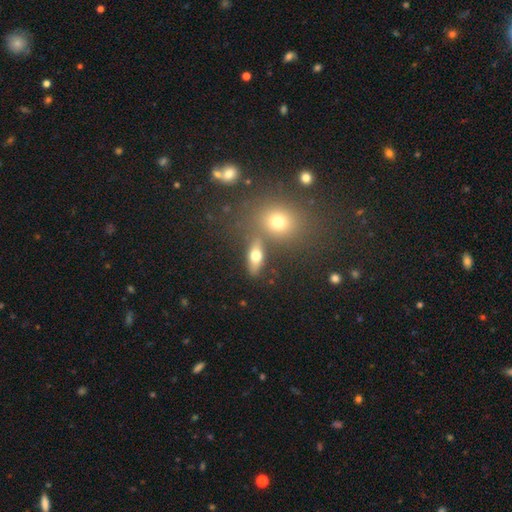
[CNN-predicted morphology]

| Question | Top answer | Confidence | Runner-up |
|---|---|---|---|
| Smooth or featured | smooth | 65% | featured or disk (24%) |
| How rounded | in between | 65% | cigar-shaped (21%) |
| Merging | none | 69% | merger (14%) |